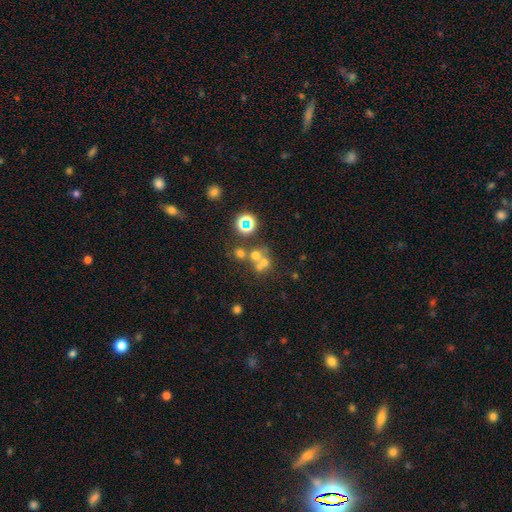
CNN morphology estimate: Smooth or featured? smooth (45%)
Merging? merger (44%, tied with none)